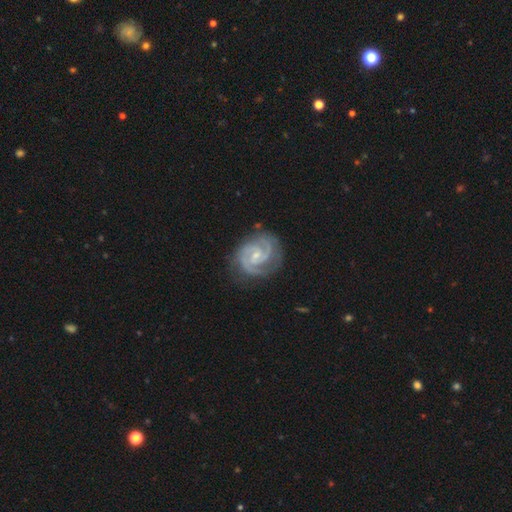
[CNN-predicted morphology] A featured or disk galaxy (91%) with a weak bar (47%), 2 (76%) tight (55%) spiral arms (98%) and a small central bulge (68%).

Vote fractions:
- Smooth or featured? featured or disk: 91% / smooth: 4% / star or artifact: 4%
- Edge-on disk? no: 98% / yes: 2%
- Bar? weak: 47% / no: 42% / strong: 11%
- Spiral arms? yes: 98% / no: 2%
- Spiral winding? tight: 55% / medium: 40% / loose: 5%
- Spiral arm count? 2: 76% / 3: 13% / can't tell: 5% / 4: 2% / 1: 2% / more than 4: 2%
- Bulge size? small: 68% / moderate: 26% / none: 5% / large: 1% / dominant: 1%
- Merging? none: 77% / minor disturbance: 16% / major disturbance: 5% / merger: 1%